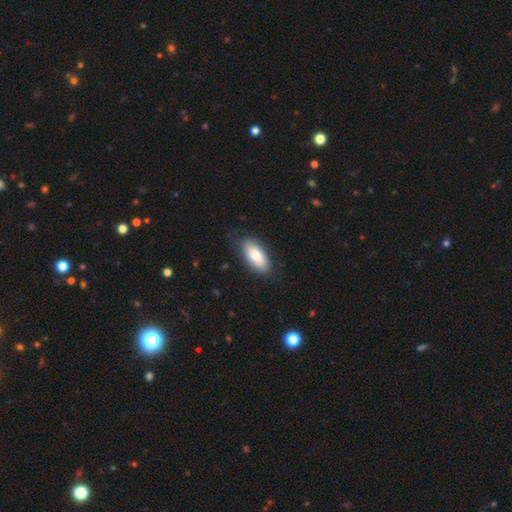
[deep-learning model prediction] Overall: smooth (76%). How rounded: in between (88%). Merging: none (81%).